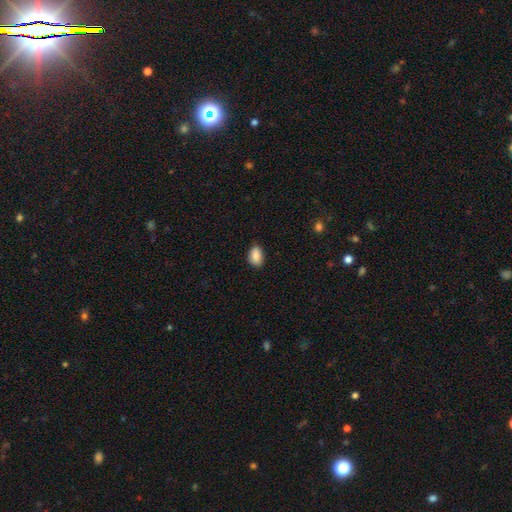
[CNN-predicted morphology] Smooth or featured: smooth — 88% (star or artifact — 7%)
How rounded: in between — 86% (round — 12%)
Merging: none — 81% (minor disturbance — 16%)